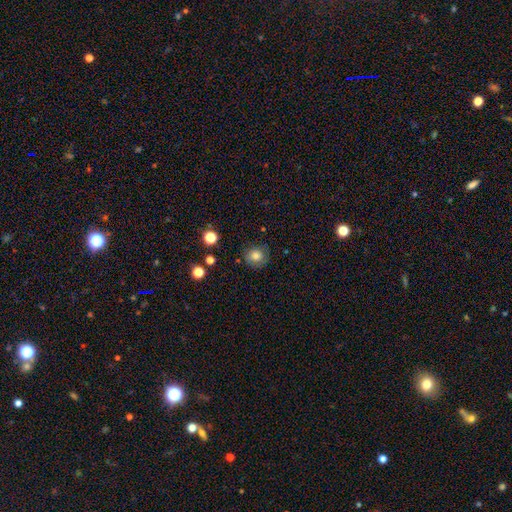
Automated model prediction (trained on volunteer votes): The model was most divided on "merging": none: 80%, minor disturbance: 15%, major disturbance: 4%, merger: 2%. More confident: how rounded — round (84%); smooth or featured — smooth (79%).